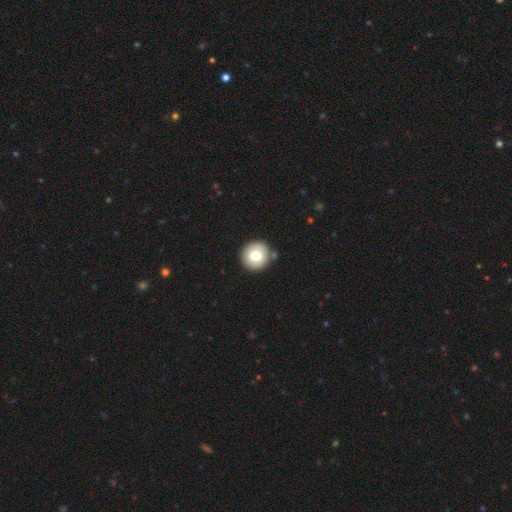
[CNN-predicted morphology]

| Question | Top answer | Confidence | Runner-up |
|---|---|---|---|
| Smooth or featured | smooth | 72% | featured or disk (19%) |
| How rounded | round | 95% | in between (4%) |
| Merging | none | 87% | minor disturbance (7%) |